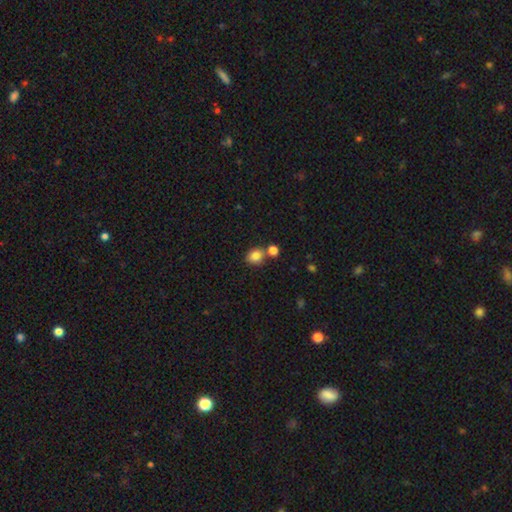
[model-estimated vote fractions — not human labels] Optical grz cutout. It shows a smooth galaxy with no disk features (83%) that is round (57%). Merging: none (61%).